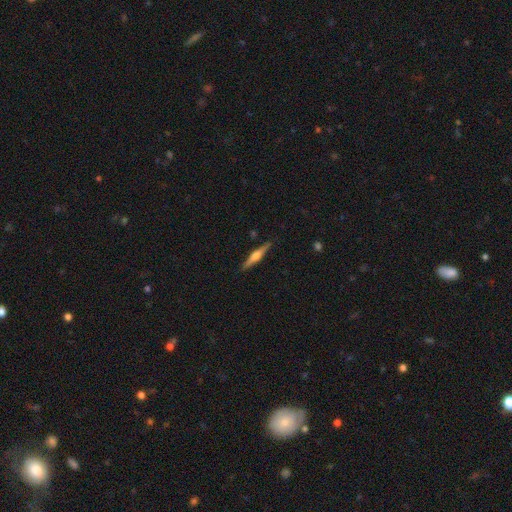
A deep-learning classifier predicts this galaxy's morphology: smooth_or_featured: featured or disk (p=0.69) [alt: smooth p=0.26]
disk_edge_on: yes (p=0.98) [alt: no p=0.02]
edge_on_bulge: rounded (p=0.83) [alt: boxy p=0.12]
merging: none (p=0.90) [alt: minor disturbance p=0.07]